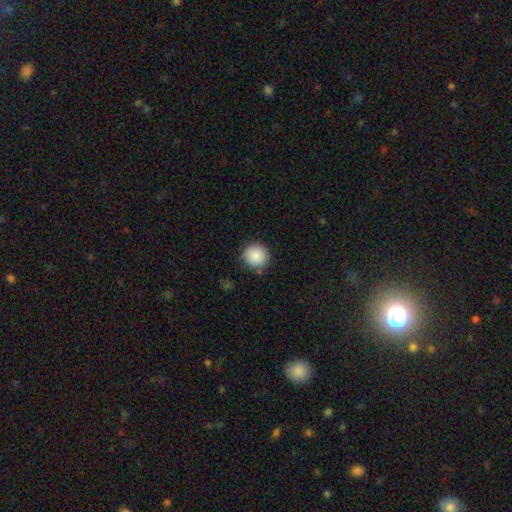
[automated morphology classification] A smooth galaxy with no disk features (88%) that is round (95%). Merging: none (86%).